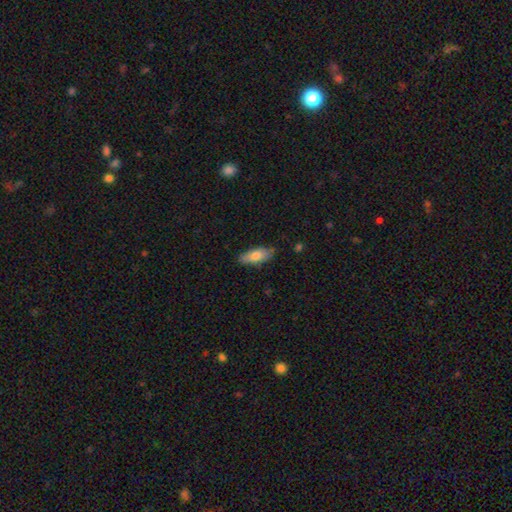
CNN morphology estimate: A smooth galaxy with no disk features (76%) that is in between round and cigar-shaped (74%). Merging: none (80%).